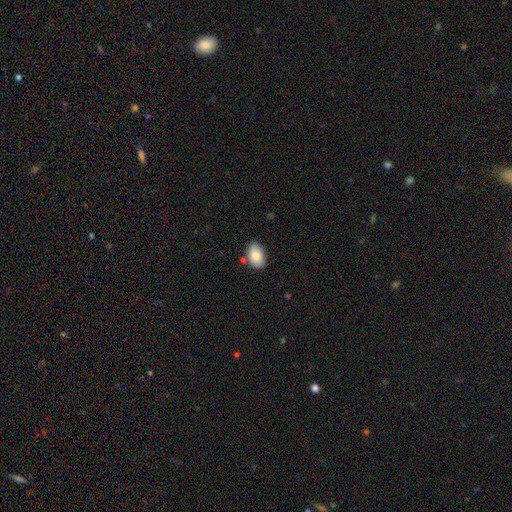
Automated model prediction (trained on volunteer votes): A smooth galaxy with no disk features (86%) that is in between round and cigar-shaped (91%).

Vote fractions:
- Smooth or featured? smooth: 86% / featured or disk: 7% / star or artifact: 7%
- How rounded? in between: 91% / round: 8% / cigar-shaped: 1%
- Merging? none: 79% / minor disturbance: 14% / merger: 4% / major disturbance: 3%